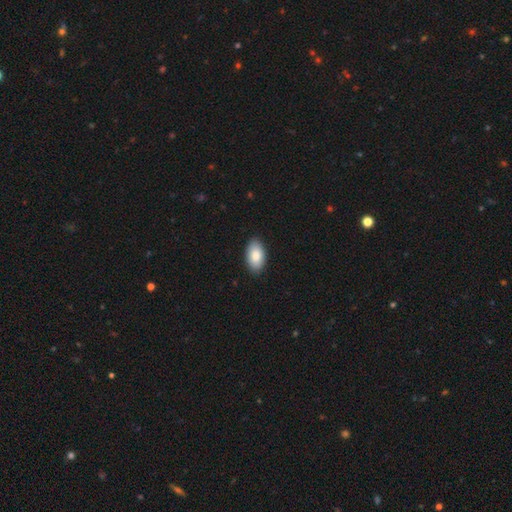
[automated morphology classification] Overall: smooth (86%). How rounded: in between (95%). Merging: none (89%).